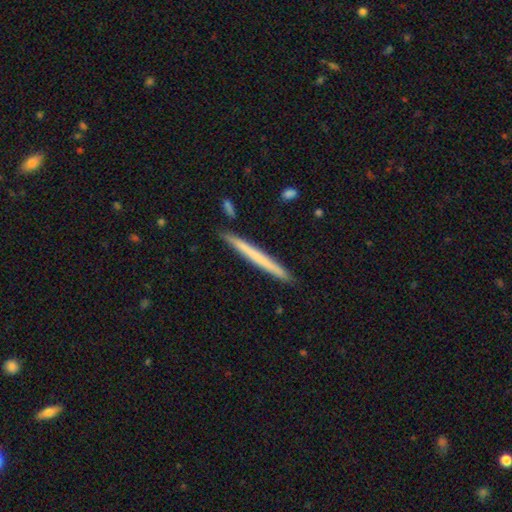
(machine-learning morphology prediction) Q: Smooth or featured?
A: smooth (57%); runner-up: featured or disk (37%)
Q: How rounded?
A: cigar-shaped (97%); runner-up: in between (1%)
Q: Merging?
A: none (90%); runner-up: minor disturbance (7%)